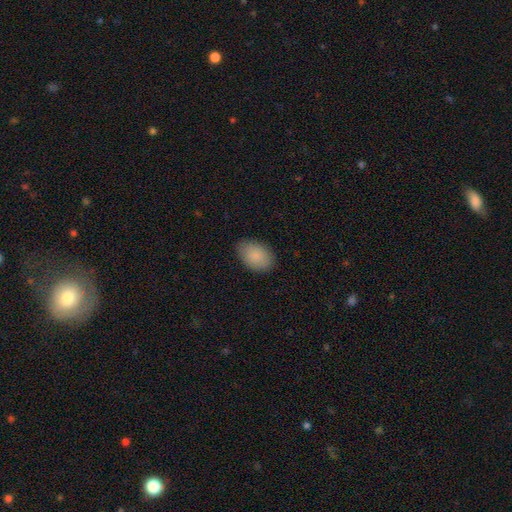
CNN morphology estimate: Smooth or featured?
  - smooth: 88% *
  - star or artifact: 7%
  - featured or disk: 6%
How rounded?
  - in between: 86% *
  - round: 13%
  - cigar-shaped: 1%
Merging?
  - none: 82% *
  - minor disturbance: 14%
  - major disturbance: 3%
  - merger: 1%